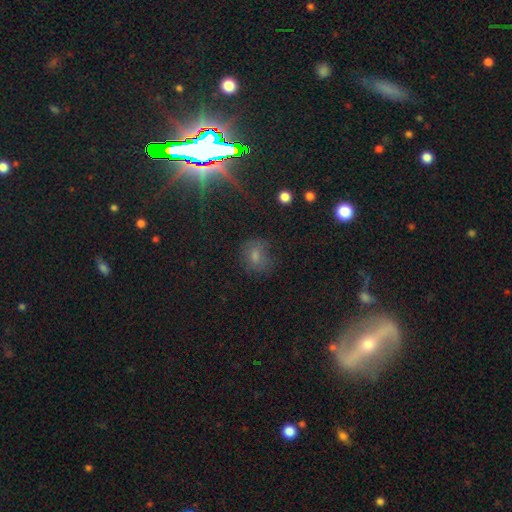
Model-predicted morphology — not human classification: type=smooth (62%); roundness=round (67%); merging=none (64%).